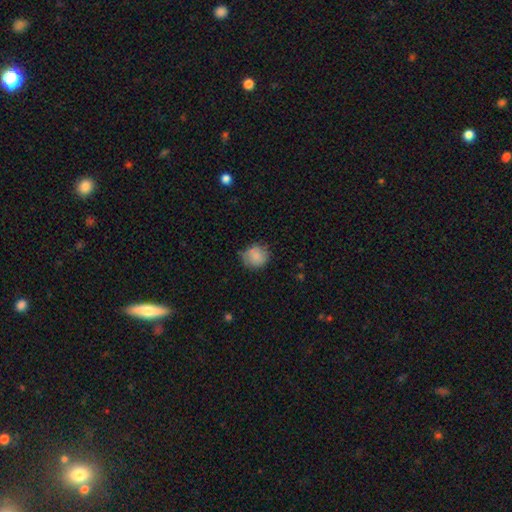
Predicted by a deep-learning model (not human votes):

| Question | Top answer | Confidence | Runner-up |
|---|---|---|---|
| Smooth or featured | smooth | 80% | featured or disk (12%) |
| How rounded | round | 84% | in between (15%) |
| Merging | none | 71% | minor disturbance (21%) |